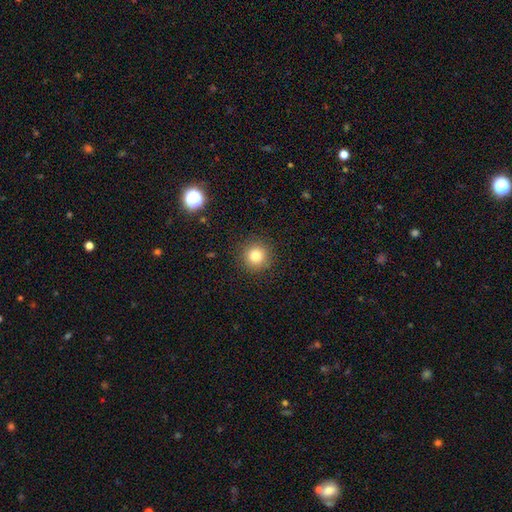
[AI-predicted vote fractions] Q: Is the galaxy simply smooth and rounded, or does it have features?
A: smooth — 82%.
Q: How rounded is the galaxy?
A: round — 94%.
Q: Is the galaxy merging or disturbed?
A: none — 90%.